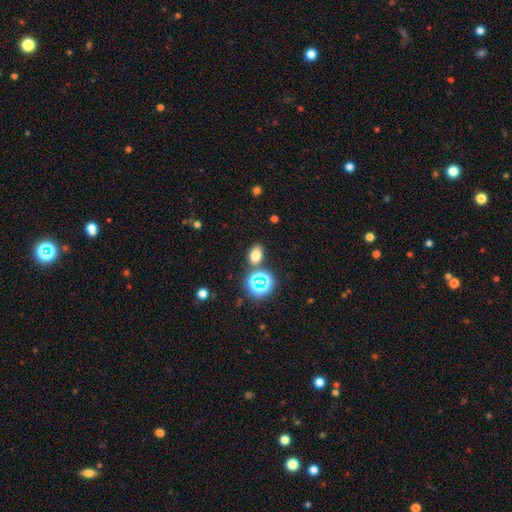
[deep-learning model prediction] A smooth galaxy with no disk features (70%) that is in between round and cigar-shaped (75%).

Vote fractions:
- Smooth or featured? smooth: 70% / star or artifact: 22% / featured or disk: 8%
- How rounded? in between: 75% / round: 24% / cigar-shaped: 2%
- Merging? none: 80% / minor disturbance: 9% / merger: 8% / major disturbance: 3%